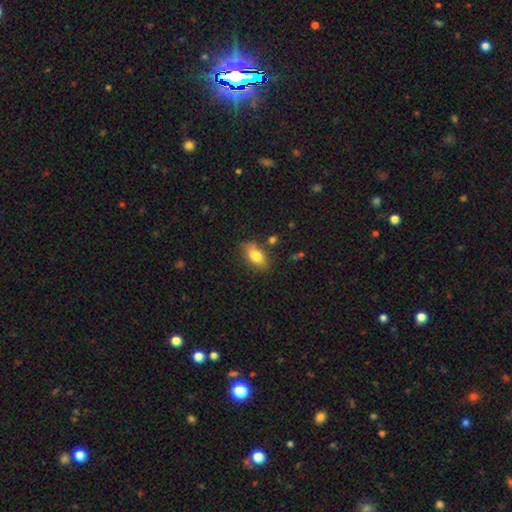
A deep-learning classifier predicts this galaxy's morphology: Smooth or featured: smooth — 79% (featured or disk — 14%)
How rounded: in between — 87% (round — 7%)
Merging: none — 77% (minor disturbance — 15%)